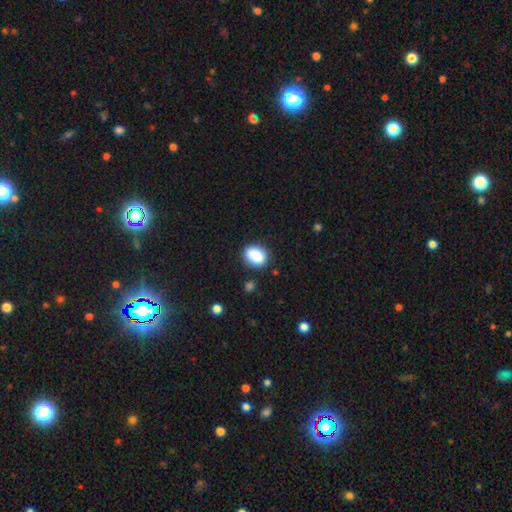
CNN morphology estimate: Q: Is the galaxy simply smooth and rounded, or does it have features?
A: smooth — 87%.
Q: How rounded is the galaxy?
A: in between — 60%.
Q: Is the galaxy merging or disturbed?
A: none — 82%.